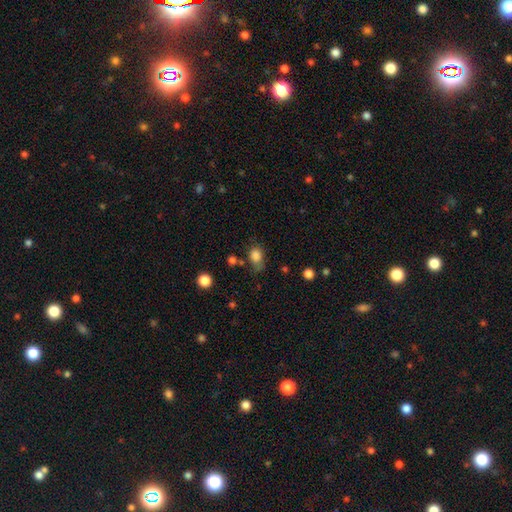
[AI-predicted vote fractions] The model was most divided on "how rounded": in between: 61%, round: 37%, cigar-shaped: 1%. More confident: smooth or featured — smooth (83%); merging — none (54%).